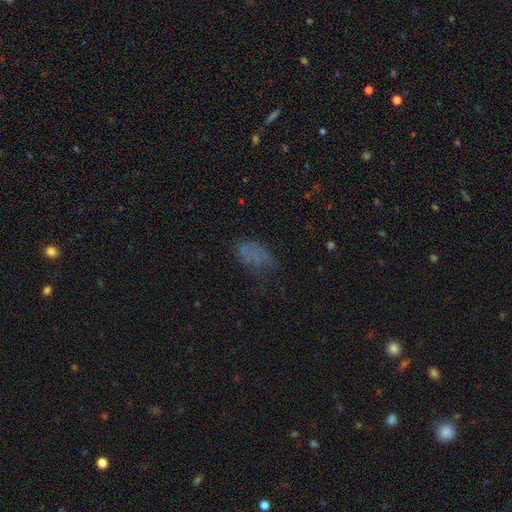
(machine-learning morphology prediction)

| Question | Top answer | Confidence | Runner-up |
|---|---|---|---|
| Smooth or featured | smooth | 56% | featured or disk (24%) |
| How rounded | in between | 89% | round (8%) |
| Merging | none | 41% | major disturbance (29%) |